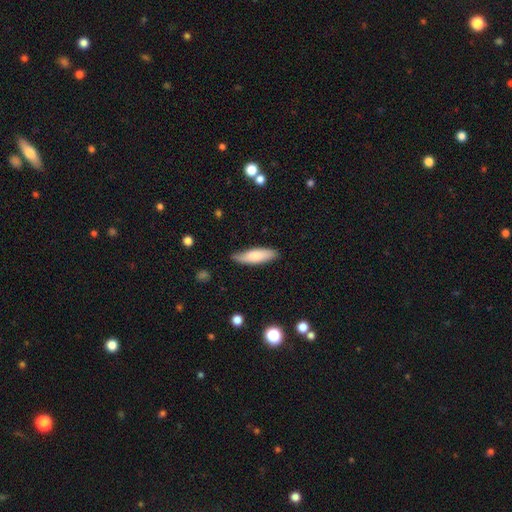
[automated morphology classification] This appears to be a smooth galaxy with no disk features (76%) that is cigar-shaped (51%). Merging: none (76%).